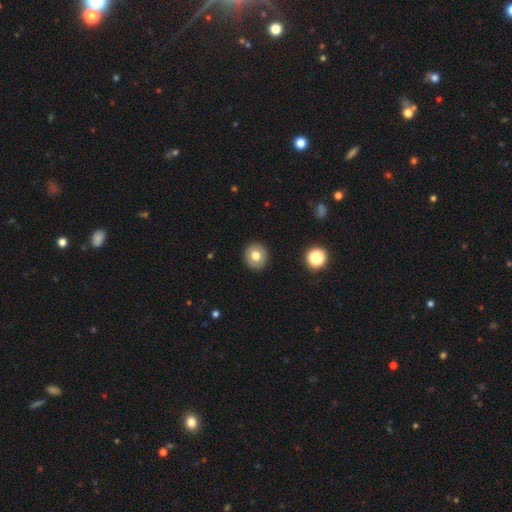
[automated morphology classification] Smooth or featured: smooth — 74% (featured or disk — 17%)
How rounded: round — 88% (in between — 11%)
Merging: none — 91% (minor disturbance — 6%)